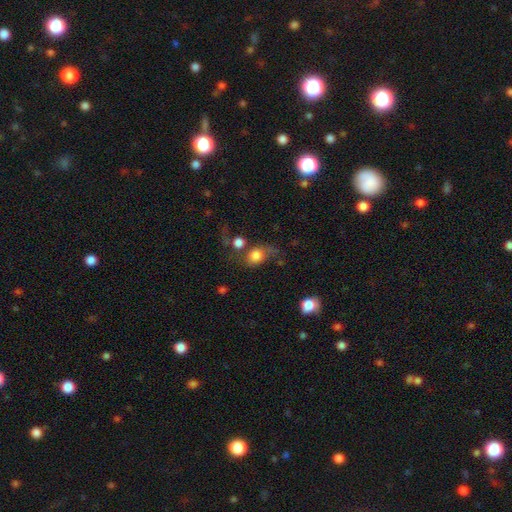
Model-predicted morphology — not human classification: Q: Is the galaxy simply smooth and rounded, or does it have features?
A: smooth — 77%.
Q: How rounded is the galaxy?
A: round — 61%.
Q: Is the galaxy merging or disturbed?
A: none — 38%.